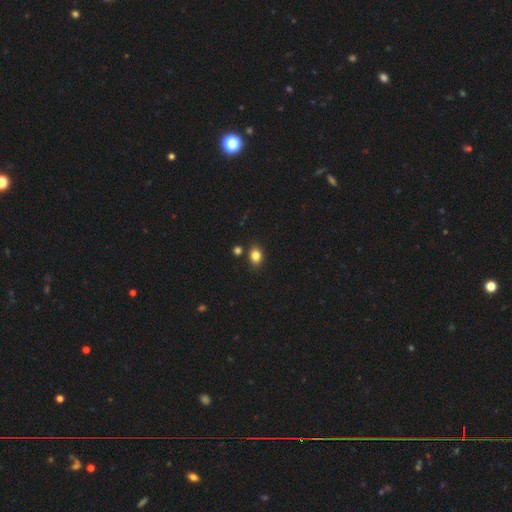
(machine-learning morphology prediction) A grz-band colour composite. It shows a smooth galaxy with no disk features (83%) that is in between round and cigar-shaped (57%). Merging: none (81%).